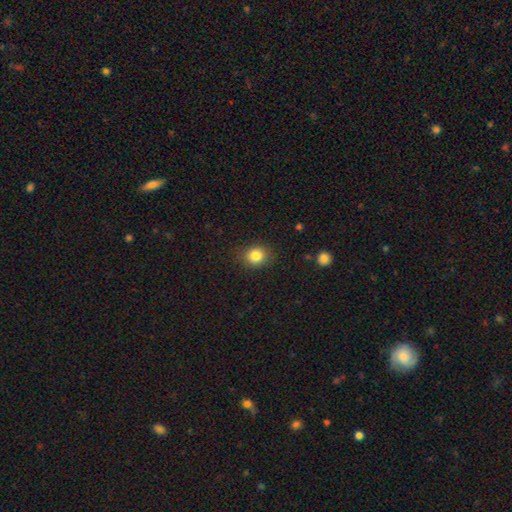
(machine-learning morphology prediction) The model was most divided on "how rounded": round: 71%, in between: 28%, cigar-shaped: 1%. More confident: merging — none (87%); smooth or featured — smooth (84%).